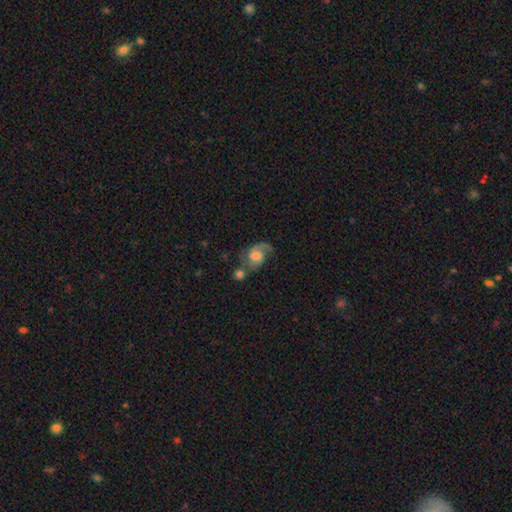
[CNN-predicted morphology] Overall: featured or disk (69%). Edge-on disk: no (97%). Bar: no (51%; weak 42%). Spiral arms: yes (92%). Spiral arm count: 2 (65%; 1 26%). Spiral winding: medium (46%; loose 36%). Bulge size: moderate (42%; small 25%). Merging: none (39%; merger 25%).